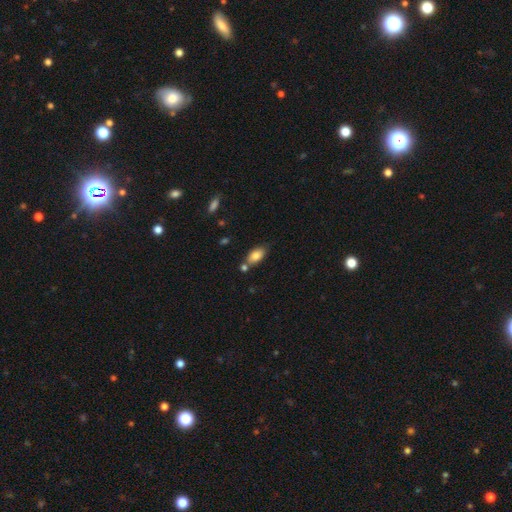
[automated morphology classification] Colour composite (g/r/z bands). It shows a smooth galaxy with no disk features (83%) that is in between round and cigar-shaped (91%). Merging: none (65%).